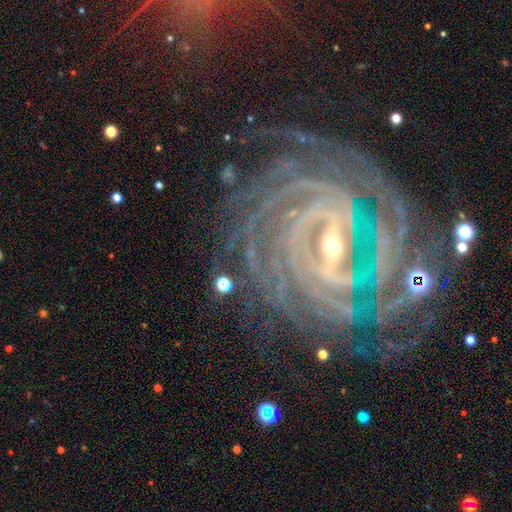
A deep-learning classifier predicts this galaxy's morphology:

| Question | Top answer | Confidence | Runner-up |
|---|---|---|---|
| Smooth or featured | featured or disk | 91% | star or artifact (6%) |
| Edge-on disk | no | 97% | yes (3%) |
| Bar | strong | 56% | weak (32%) |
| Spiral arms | yes | 98% | no (2%) |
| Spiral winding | tight | 83% | medium (14%) |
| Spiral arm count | more than 4 | 27% | 4 (24%) |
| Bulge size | small | 70% | moderate (26%) |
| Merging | none | 73% | minor disturbance (16%) |